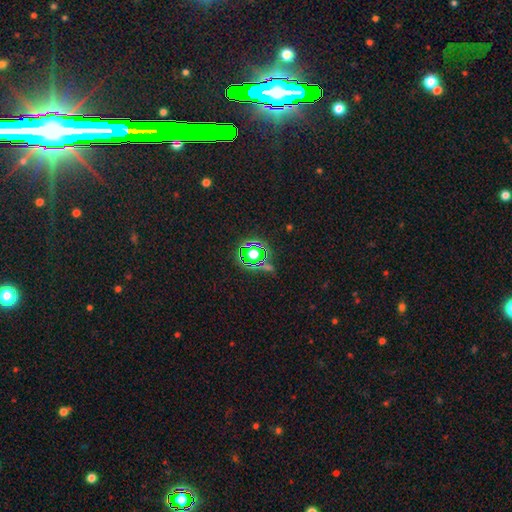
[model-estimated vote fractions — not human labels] smooth_or_featured: star or artifact (p=0.52) [alt: smooth p=0.36]